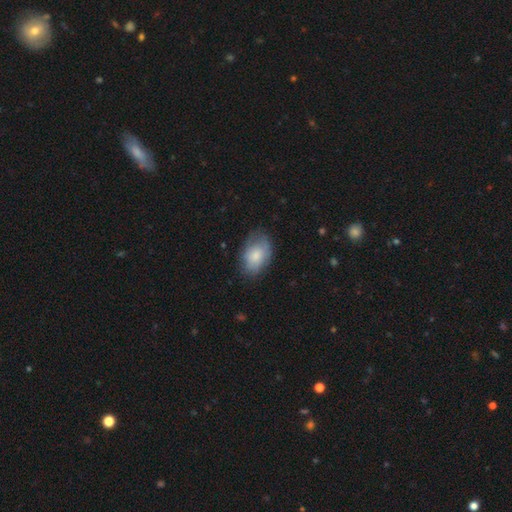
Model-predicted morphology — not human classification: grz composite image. It shows a smooth galaxy with no disk features (74%) that is in between round and cigar-shaped (88%). Merging: none (67%).